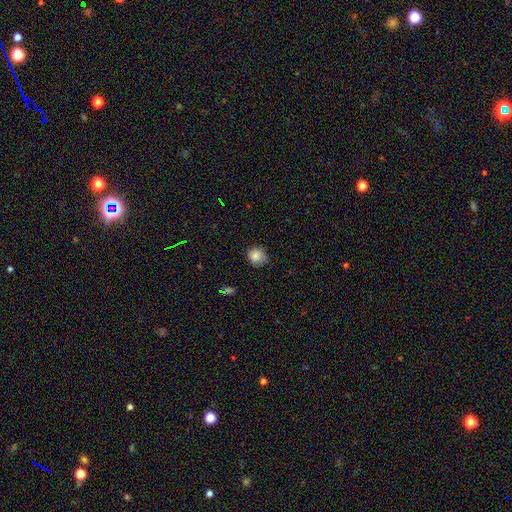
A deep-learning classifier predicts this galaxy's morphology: smooth-or-featured: smooth: 85% | star or artifact: 10% | featured or disk: 5%
  how-rounded: round: 85% | in between: 14% | cigar-shaped: 1%
  merging: none: 75% | minor disturbance: 20% | major disturbance: 3% | merger: 1%